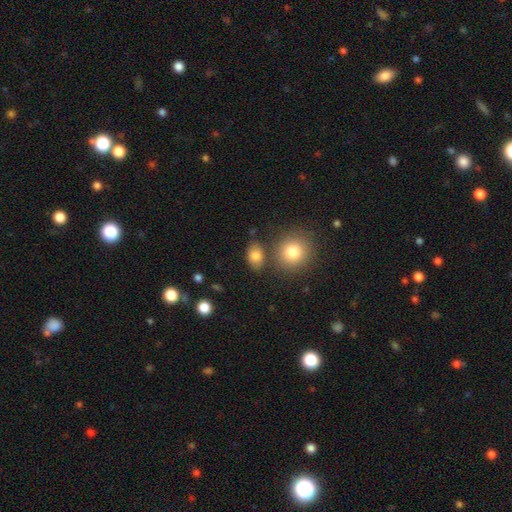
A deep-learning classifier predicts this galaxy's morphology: Smooth or featured? Predicted: smooth (p=0.82). How rounded? Predicted: in between (p=0.74). Merging? Predicted: none (p=0.73).